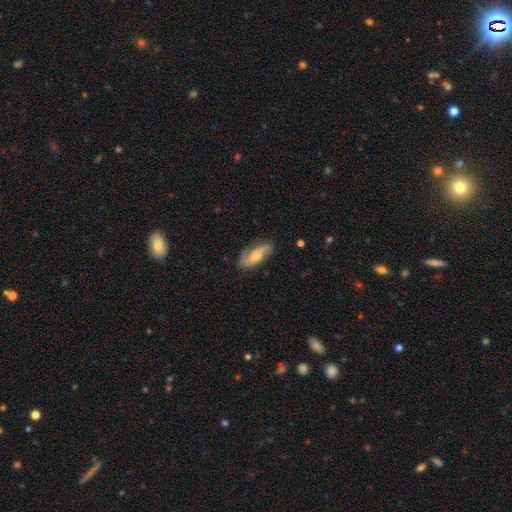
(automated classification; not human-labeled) Overall: featured or disk (53%; smooth 40%). Edge-on disk: no (86%). Merging: none (72%).